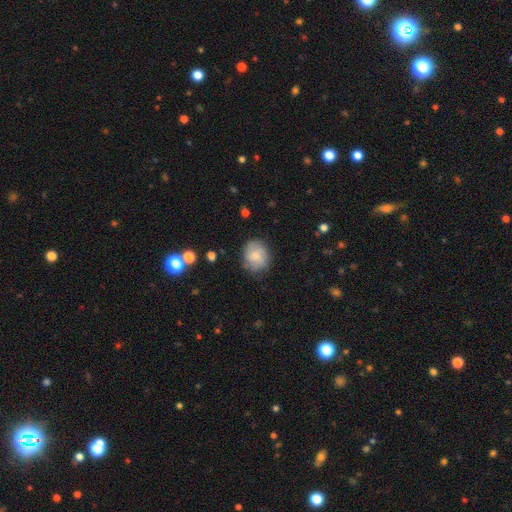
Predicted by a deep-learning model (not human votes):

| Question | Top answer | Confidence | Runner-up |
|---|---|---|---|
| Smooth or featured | smooth | 65% | featured or disk (27%) |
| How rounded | round | 68% | in between (31%) |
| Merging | none | 77% | minor disturbance (17%) |